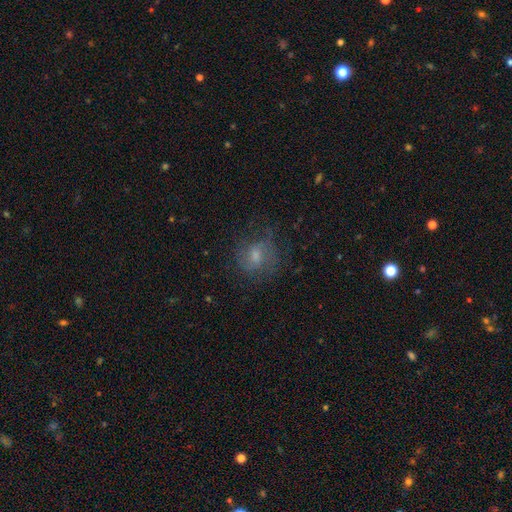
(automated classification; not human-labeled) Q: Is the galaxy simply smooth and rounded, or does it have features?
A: smooth — 44%.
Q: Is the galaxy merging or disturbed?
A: none — 65%.